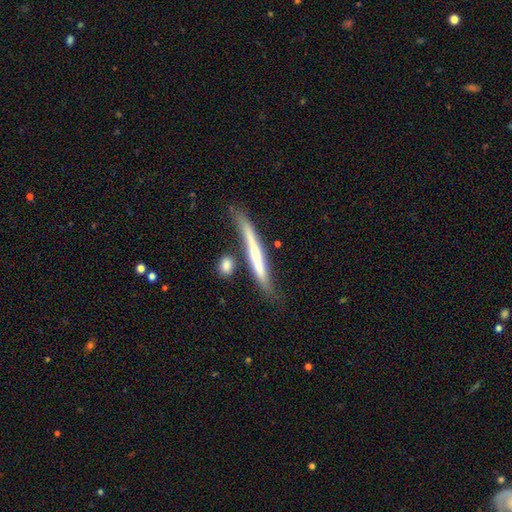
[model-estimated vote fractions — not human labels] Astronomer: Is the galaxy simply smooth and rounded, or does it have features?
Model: featured or disk — 50% (runner-up: smooth, 44%).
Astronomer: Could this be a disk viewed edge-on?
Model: yes — 92%.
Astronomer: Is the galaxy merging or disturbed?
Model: none — 67%.